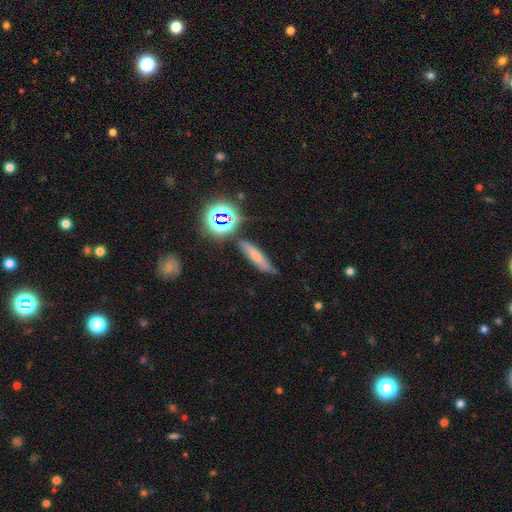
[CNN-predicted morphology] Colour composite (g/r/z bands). It shows a smooth galaxy with no disk features (63%) that is cigar-shaped (71%). Merging: none (74%).